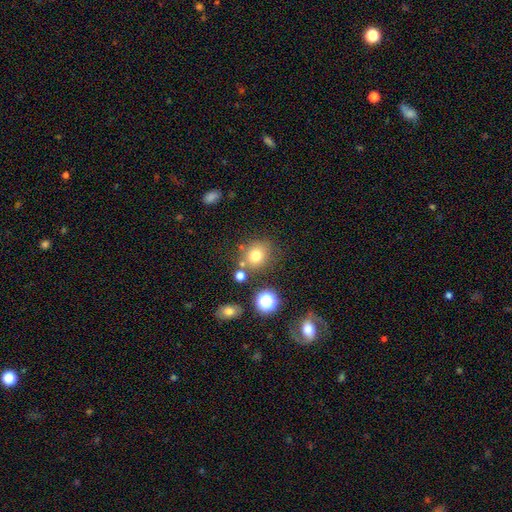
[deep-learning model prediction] The model was most divided on "how rounded": round: 78%, in between: 21%, cigar-shaped: 1%. More confident: smooth or featured — smooth (75%); merging — none (72%).